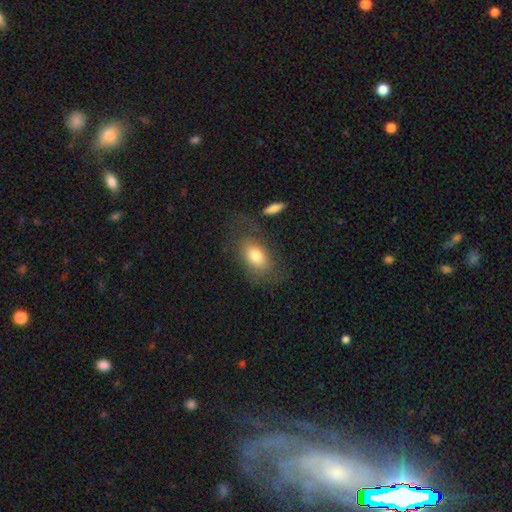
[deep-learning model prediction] Smooth or featured?
  - smooth: 71% *
  - featured or disk: 21%
  - star or artifact: 8%
How rounded?
  - in between: 85% *
  - round: 12%
  - cigar-shaped: 2%
Merging?
  - none: 60% *
  - minor disturbance: 19%
  - major disturbance: 17%
  - merger: 3%